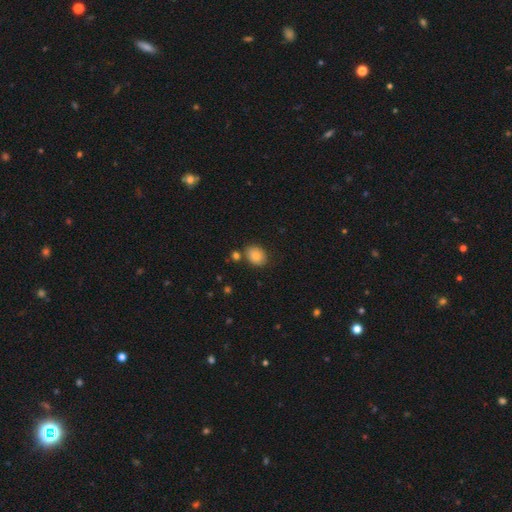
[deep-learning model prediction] smooth_or_featured: smooth (p=0.84) [alt: star or artifact p=0.09]
how_rounded: in between (p=0.52) [alt: round p=0.47]
merging: none (p=0.78) [alt: minor disturbance p=0.11]